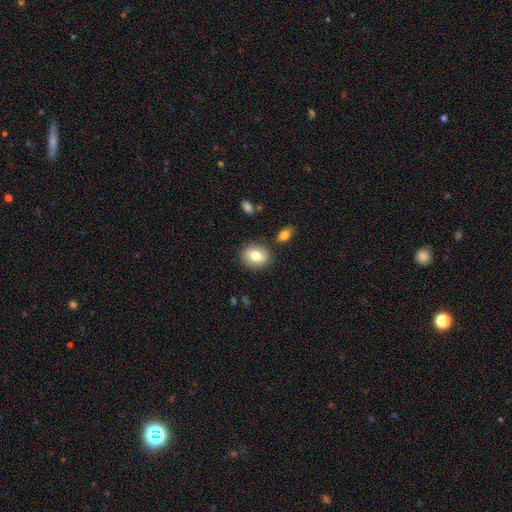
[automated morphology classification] type=smooth (79%); roundness=round (58%); merging=none (85%).